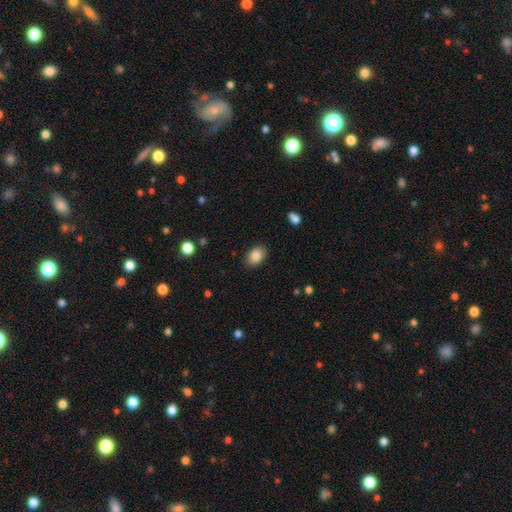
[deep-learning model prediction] Smooth or featured? Predicted: smooth (p=0.87). How rounded? Predicted: in between (p=0.79). Merging? Predicted: none (p=0.88).